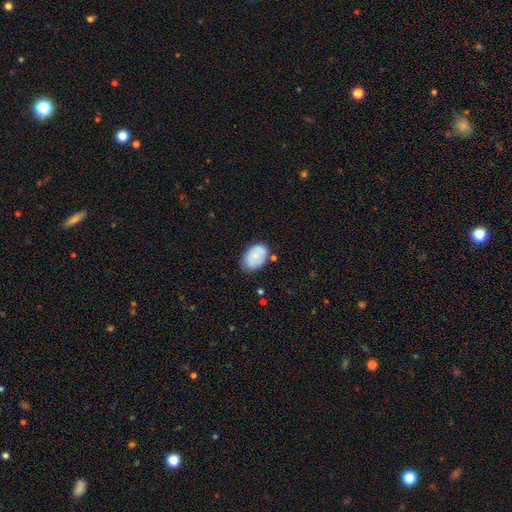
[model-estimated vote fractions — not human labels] smooth-or-featured: smooth: 75% | featured or disk: 18% | star or artifact: 7%
  how-rounded: in between: 88% | round: 11% | cigar-shaped: 1%
  merging: none: 69% | minor disturbance: 22% | major disturbance: 5% | merger: 4%